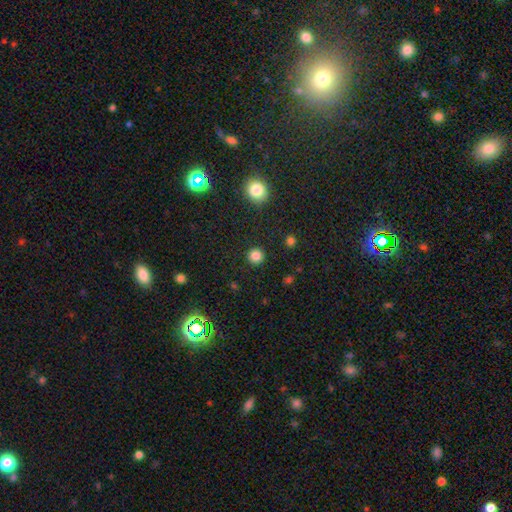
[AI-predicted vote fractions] Smooth or featured? Predicted: smooth (p=0.84). How rounded? Predicted: round (p=0.95). Merging? Predicted: none (p=0.92).